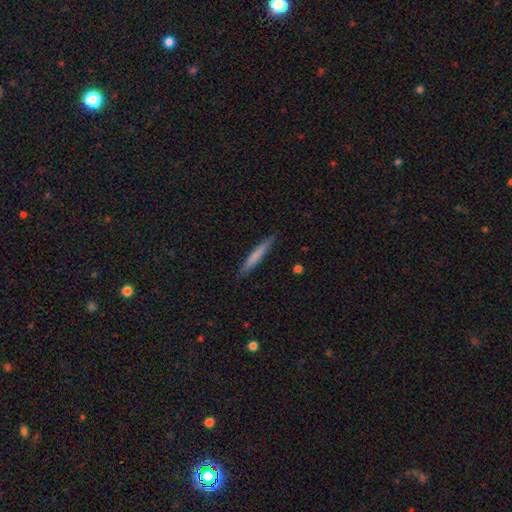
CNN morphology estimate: smooth_or_featured: smooth (p=0.69) [alt: featured or disk p=0.25]
how_rounded: cigar-shaped (p=0.96) [alt: in between p=0.03]
merging: none (p=0.88) [alt: minor disturbance p=0.09]